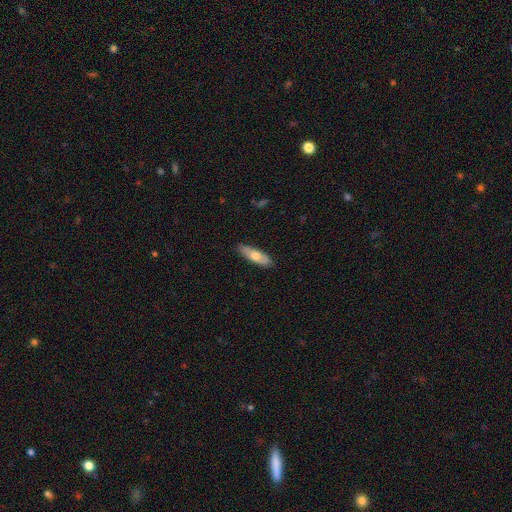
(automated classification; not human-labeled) smooth 63%, featured or disk 31%, star or artifact 6%. Down the decision tree: how rounded — in between (55%); merging — none (86%).